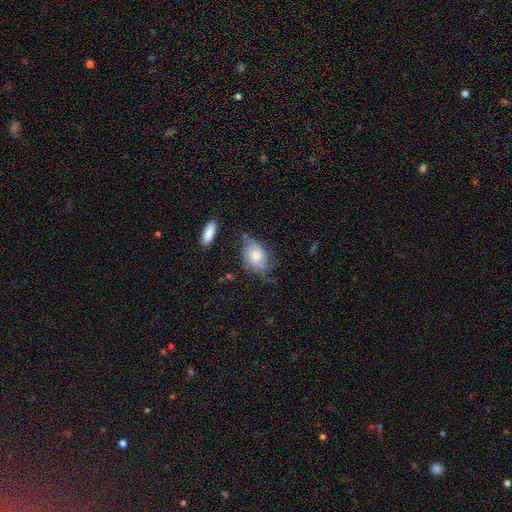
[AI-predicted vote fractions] Smooth or featured? smooth (71%)
How rounded? in between (84%)
Merging? none (47%)